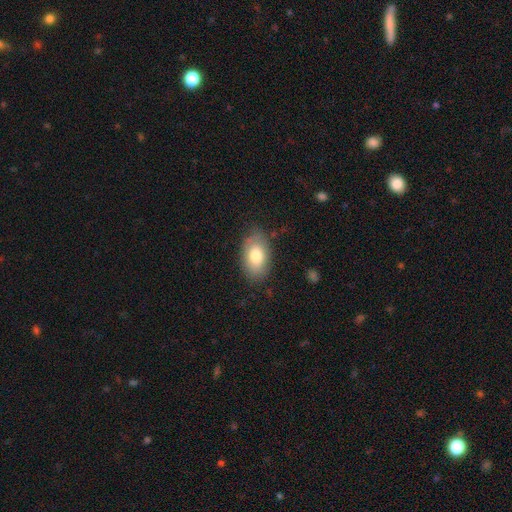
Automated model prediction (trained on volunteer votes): This appears to be a smooth galaxy with no disk features (77%) that is in between round and cigar-shaped (91%). Merging: none (80%).